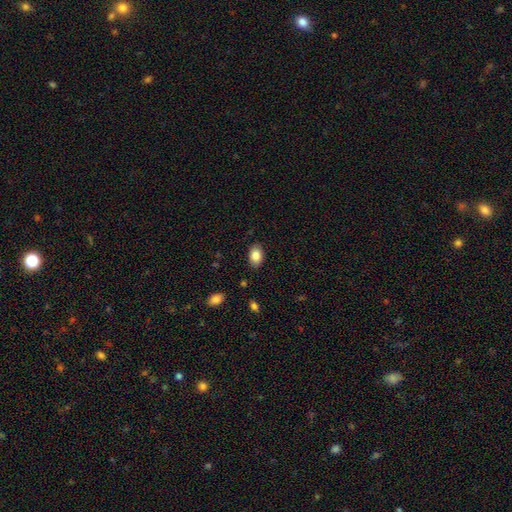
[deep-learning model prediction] Smooth or featured? smooth (85%)
How rounded? in between (86%)
Merging? none (87%)